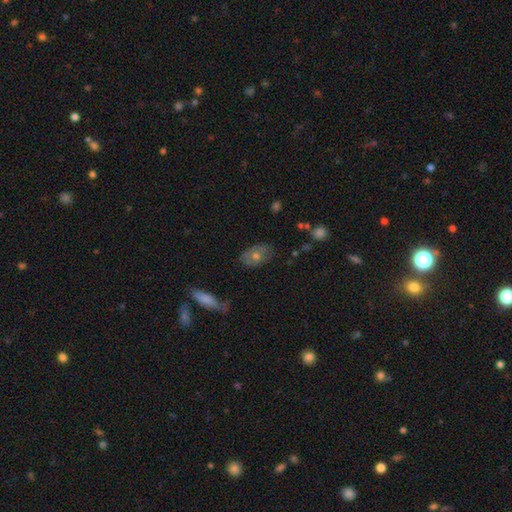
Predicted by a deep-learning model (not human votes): smooth_or_featured: smooth (p=0.47) [alt: featured or disk p=0.40]
merging: none (p=0.74) [alt: minor disturbance p=0.18]